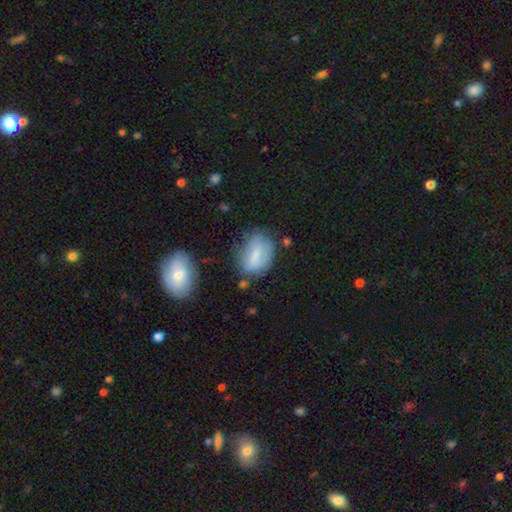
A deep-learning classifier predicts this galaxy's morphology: A smooth galaxy with no disk features (67%) that is in between round and cigar-shaped (82%). Merging: none (56%).